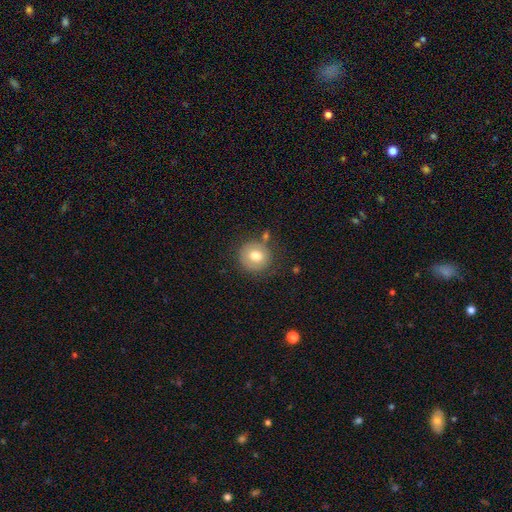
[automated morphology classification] Q: Smooth or featured?
A: smooth (73%); runner-up: featured or disk (17%)
Q: How rounded?
A: round (90%); runner-up: in between (9%)
Q: Merging?
A: none (74%); runner-up: minor disturbance (14%)